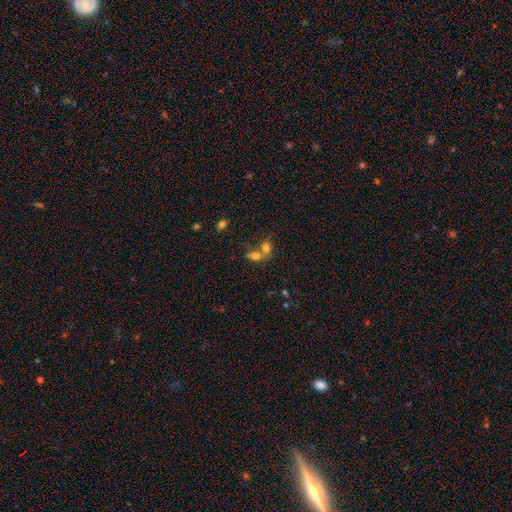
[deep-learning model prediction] This appears to be a smooth galaxy with no disk features (71%) that is in between round and cigar-shaped (74%). Merging: merger (68%).